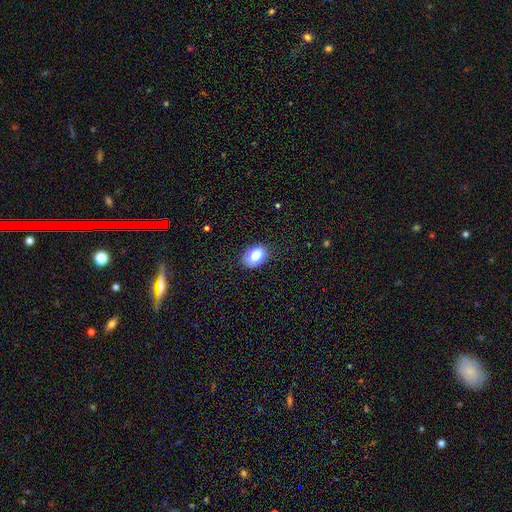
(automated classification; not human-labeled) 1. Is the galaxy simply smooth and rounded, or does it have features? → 85% smooth, 8% star or artifact, 8% featured or disk.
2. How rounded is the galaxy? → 82% in between, 17% round, 1% cigar-shaped.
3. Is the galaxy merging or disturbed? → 84% none, 13% minor disturbance, 3% major disturbance, 1% merger.